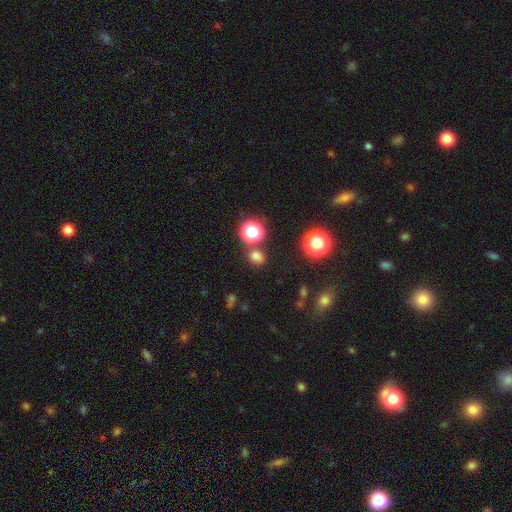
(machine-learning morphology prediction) Smooth or featured?
  - smooth: 70% *
  - star or artifact: 24%
  - featured or disk: 6%
How rounded?
  - round: 70% *
  - in between: 29%
  - cigar-shaped: 1%
Merging?
  - none: 77% *
  - merger: 10%
  - minor disturbance: 9%
  - major disturbance: 3%